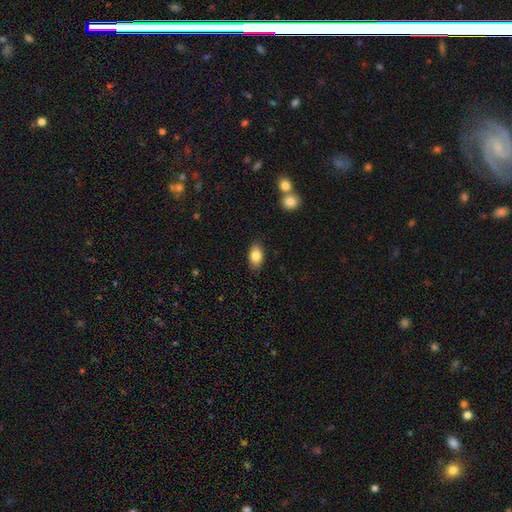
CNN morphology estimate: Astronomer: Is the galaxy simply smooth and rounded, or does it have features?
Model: smooth — 84%.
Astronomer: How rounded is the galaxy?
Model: in between — 91%.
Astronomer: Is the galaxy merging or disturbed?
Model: none — 87%.